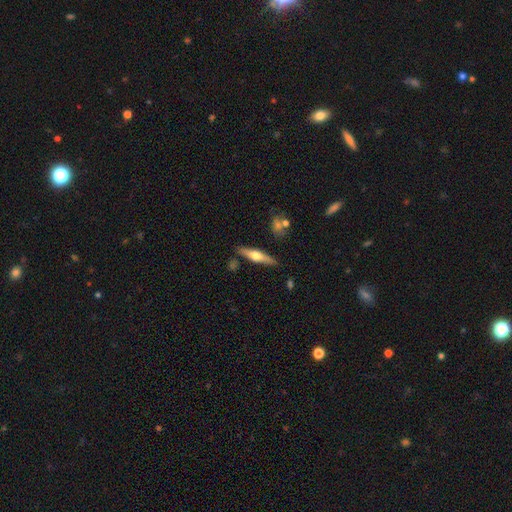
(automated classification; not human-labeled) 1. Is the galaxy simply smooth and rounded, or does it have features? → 58% featured or disk, 36% smooth, 6% star or artifact.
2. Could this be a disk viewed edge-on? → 93% yes, 7% no.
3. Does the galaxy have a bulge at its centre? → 94% rounded, 3% boxy, 3% none.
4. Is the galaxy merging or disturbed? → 84% none, 10% minor disturbance, 3% merger, 2% major disturbance.